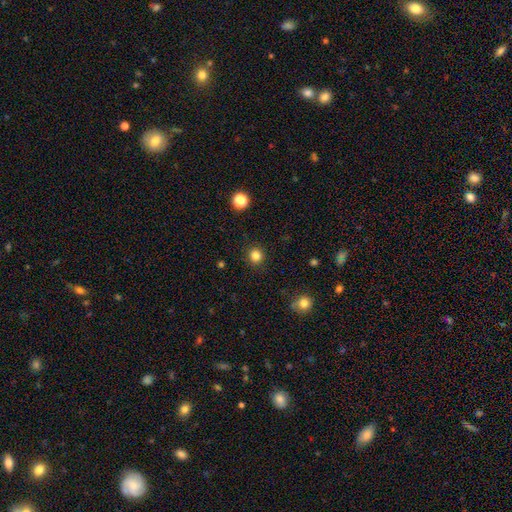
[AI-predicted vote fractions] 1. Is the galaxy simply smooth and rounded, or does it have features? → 83% smooth, 13% star or artifact, 4% featured or disk.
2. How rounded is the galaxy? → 92% round, 7% in between, 1% cigar-shaped.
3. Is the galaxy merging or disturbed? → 91% none, 6% minor disturbance, 2% major disturbance, 1% merger.